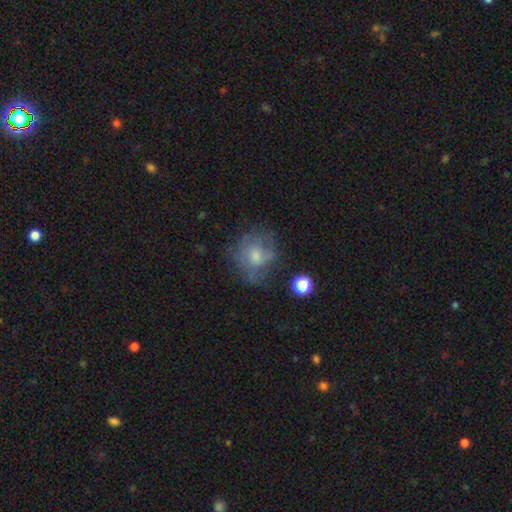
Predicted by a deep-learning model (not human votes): Smooth or featured? smooth (50%)
Merging? none (53%)